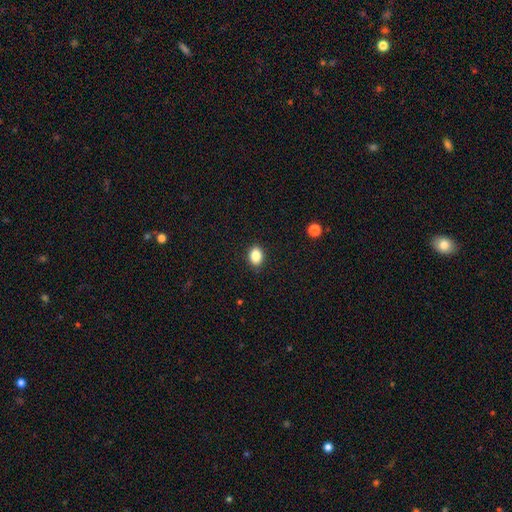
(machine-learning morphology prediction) Smooth or featured? smooth (85%)
How rounded? in between (66%)
Merging? none (89%)